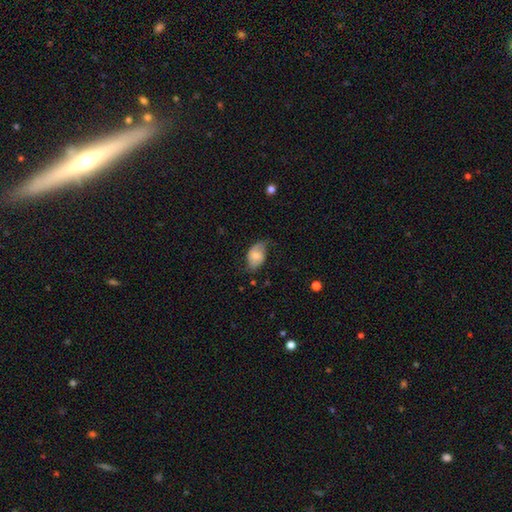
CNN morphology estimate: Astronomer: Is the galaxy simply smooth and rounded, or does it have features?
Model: smooth — 55% (runner-up: featured or disk, 38%).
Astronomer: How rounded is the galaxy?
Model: in between — 86%.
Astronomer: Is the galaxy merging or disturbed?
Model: none — 52% (runner-up: minor disturbance, 33%).